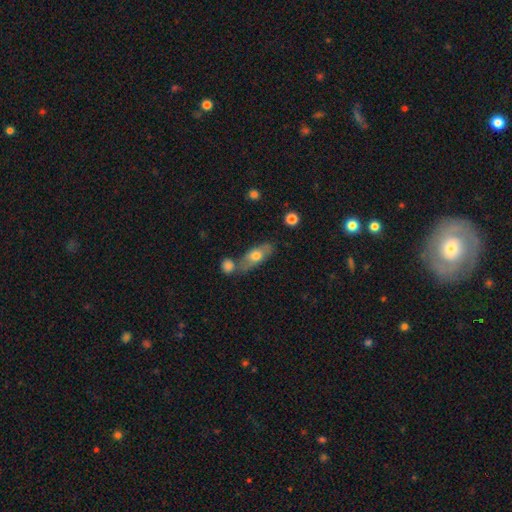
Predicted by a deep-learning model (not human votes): smooth 62%, featured or disk 32%, star or artifact 6%. Down the decision tree: how rounded — in between (74%); merging — none (58%).